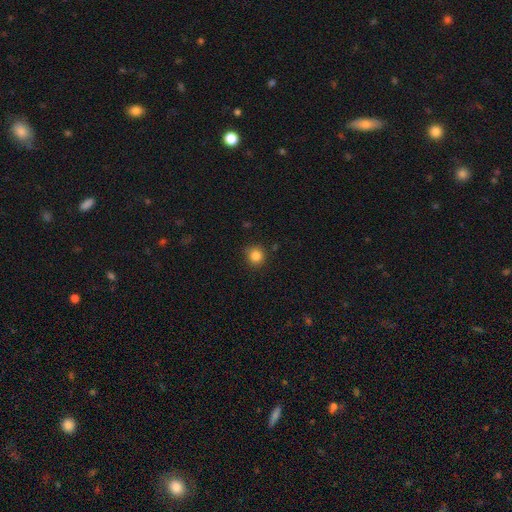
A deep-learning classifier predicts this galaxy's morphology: This appears to be a smooth galaxy with no disk features (85%) that is round (93%). Merging: none (87%).